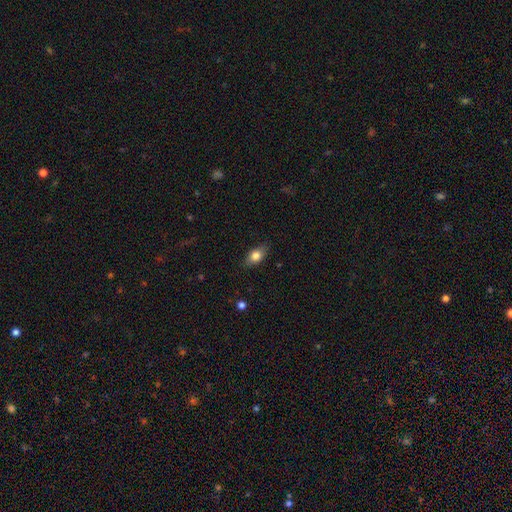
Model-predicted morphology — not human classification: type=smooth (76%); roundness=in between (81%); merging=none (81%).